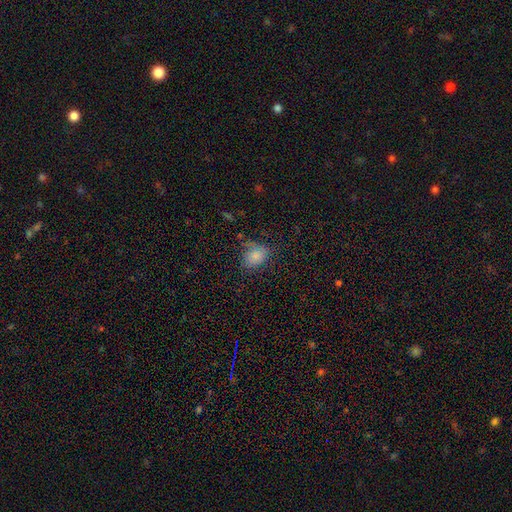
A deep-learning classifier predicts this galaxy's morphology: The model was most divided on "how rounded": in between: 61%, round: 38%, cigar-shaped: 1%. More confident: smooth or featured — smooth (80%); merging — none (64%).